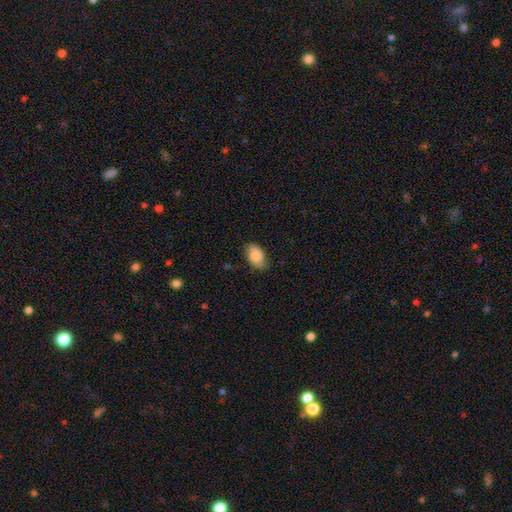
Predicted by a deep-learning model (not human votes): Q: Smooth or featured?
A: smooth (70%); runner-up: featured or disk (22%)
Q: How rounded?
A: in between (89%); runner-up: round (9%)
Q: Merging?
A: none (73%); runner-up: minor disturbance (21%)